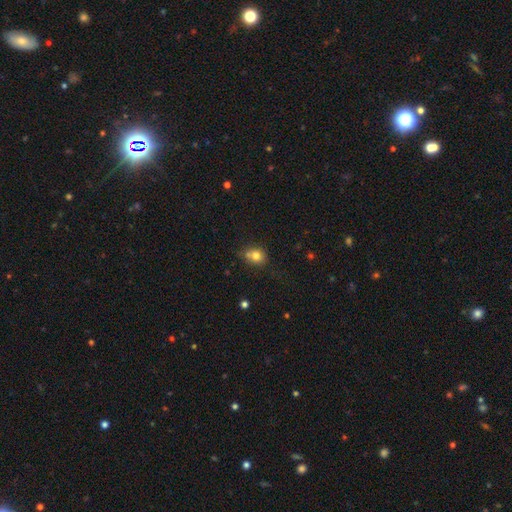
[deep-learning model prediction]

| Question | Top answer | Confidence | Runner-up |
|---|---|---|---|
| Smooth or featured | smooth | 77% | star or artifact (12%) |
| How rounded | round | 67% | in between (32%) |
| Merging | none | 55% | merger (22%) |